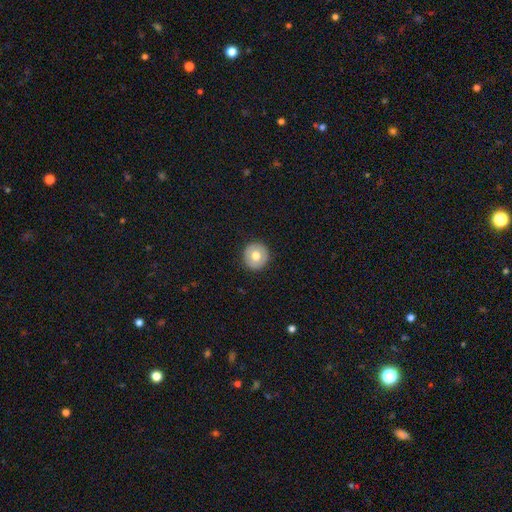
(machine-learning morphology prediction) A smooth galaxy with no disk features (68%) that is round (95%). Merging: none (92%).